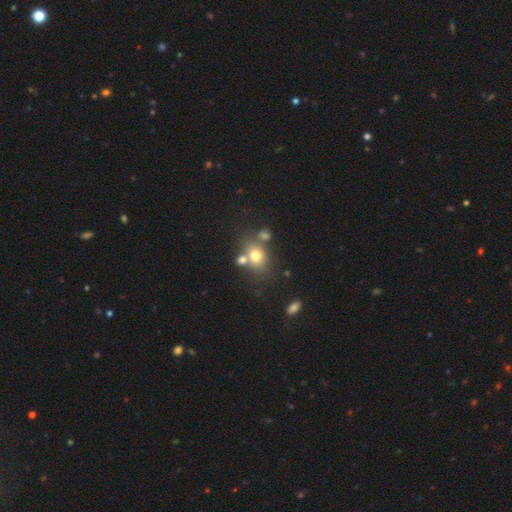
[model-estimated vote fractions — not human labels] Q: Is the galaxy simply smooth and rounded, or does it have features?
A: smooth — 71%.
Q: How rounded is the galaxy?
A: round — 51%.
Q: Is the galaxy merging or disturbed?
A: none — 52%.